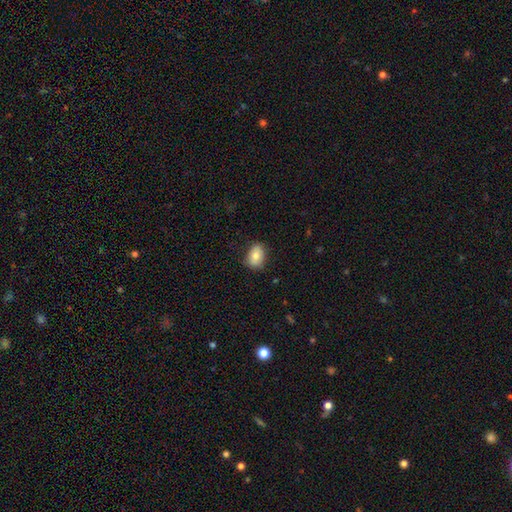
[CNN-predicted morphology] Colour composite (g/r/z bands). It shows a smooth galaxy with no disk features (79%) that is in between round and cigar-shaped (78%). Merging: none (78%).